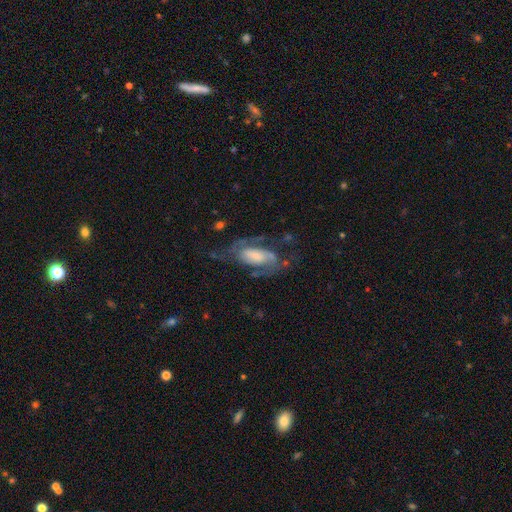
Q: Smooth or featured?
A: featured or disk (85%); runner-up: smooth (13%)
Q: Edge-on disk?
A: no (100%)
Q: Bar?
A: no (45%); runner-up: weak (39%)
Q: Spiral arms?
A: yes (97%); runner-up: no (3%)
Q: Spiral winding?
A: medium (53%); runner-up: loose (28%)
Q: Spiral arm count?
A: 2 (88%); runner-up: can't tell (9%)
Q: Bulge size?
A: large (33%); runner-up: small (21%)
Q: Merging?
A: none (42%); runner-up: major disturbance (37%)